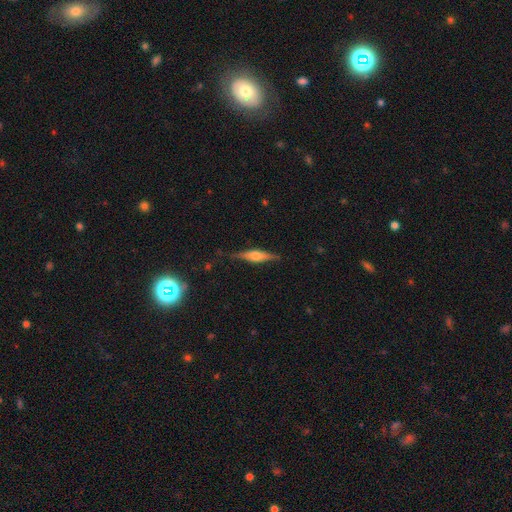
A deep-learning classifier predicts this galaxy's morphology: A featured or disk galaxy (67%) viewed edge-on (96%) with a rounded central bulge (85%). Merging: none (84%).